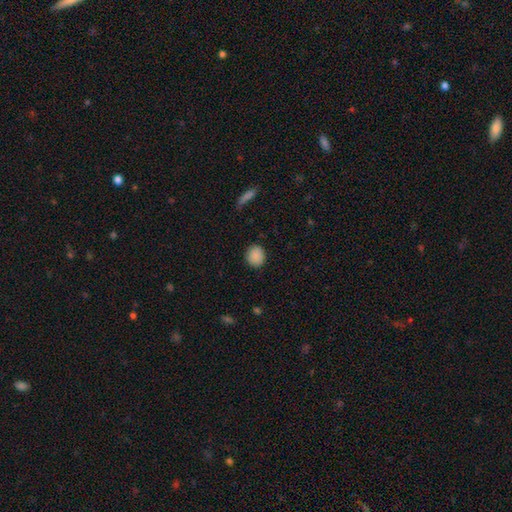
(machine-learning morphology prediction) The model was most divided on "how rounded": round: 78%, in between: 21%, cigar-shaped: 1%. More confident: smooth or featured — smooth (89%); merging — none (87%).